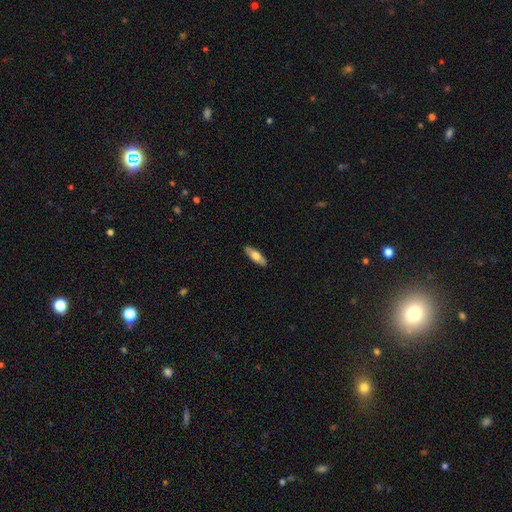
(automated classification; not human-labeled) A smooth galaxy with no disk features (68%) that is in between round and cigar-shaped (56%).

Vote fractions:
- Smooth or featured? smooth: 68% / featured or disk: 27% / star or artifact: 5%
- How rounded? in between: 56% / cigar-shaped: 42% / round: 2%
- Merging? none: 89% / minor disturbance: 8% / major disturbance: 2% / merger: 1%